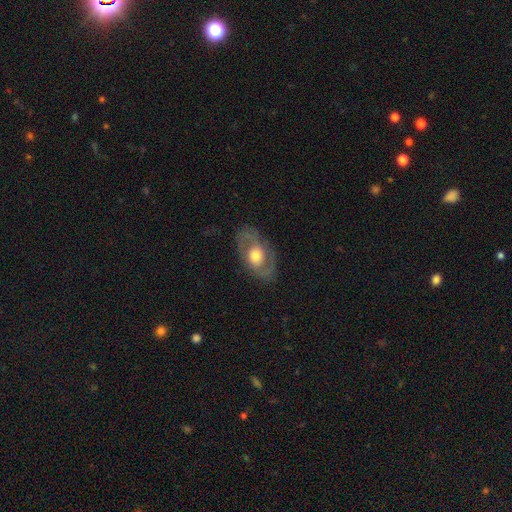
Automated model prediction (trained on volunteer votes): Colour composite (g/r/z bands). It shows a featured or disk galaxy (72%) with no bar (70%), 2 (87%) medium (51%) spiral arms (77%) and a moderate central bulge (63%). Merging: none (79%).